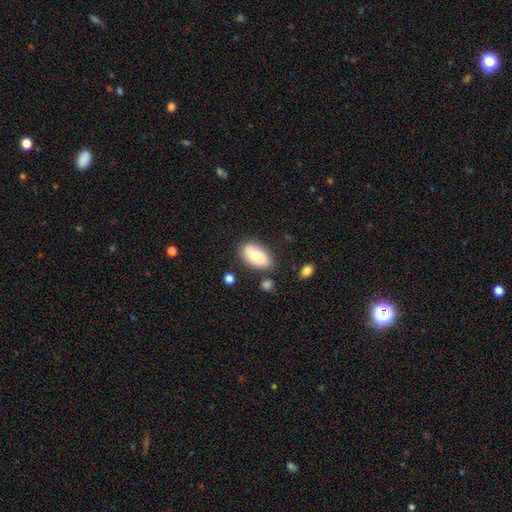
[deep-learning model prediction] Smooth or featured: smooth — 66% (featured or disk — 28%)
How rounded: in between — 92% (round — 5%)
Merging: none — 78% (minor disturbance — 14%)